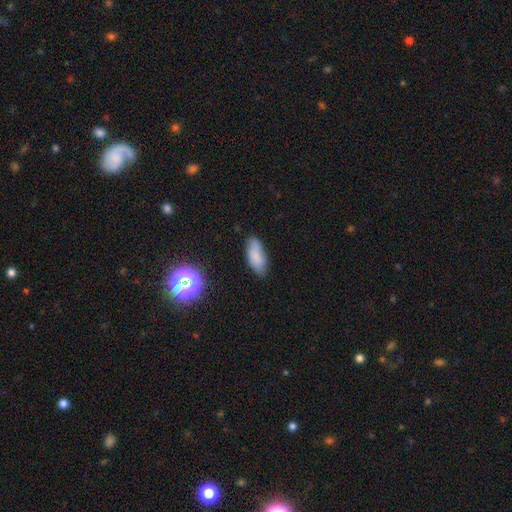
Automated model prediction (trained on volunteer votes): Smooth or featured? Predicted: smooth (p=0.81). How rounded? Predicted: in between (p=0.81). Merging? Predicted: none (p=0.75).